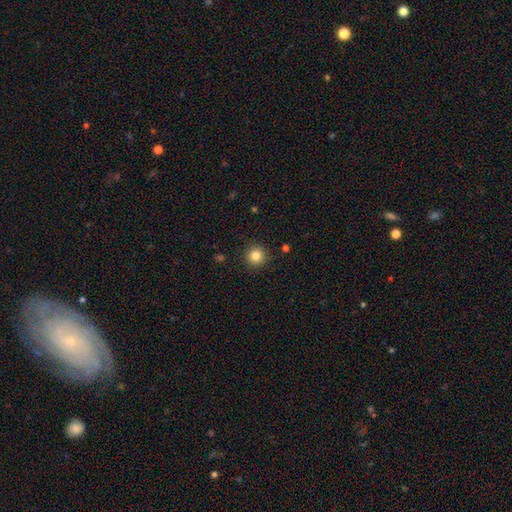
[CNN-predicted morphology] The model was most divided on "smooth or featured": smooth: 84%, star or artifact: 11%, featured or disk: 5%. More confident: how rounded — round (95%); merging — none (91%).